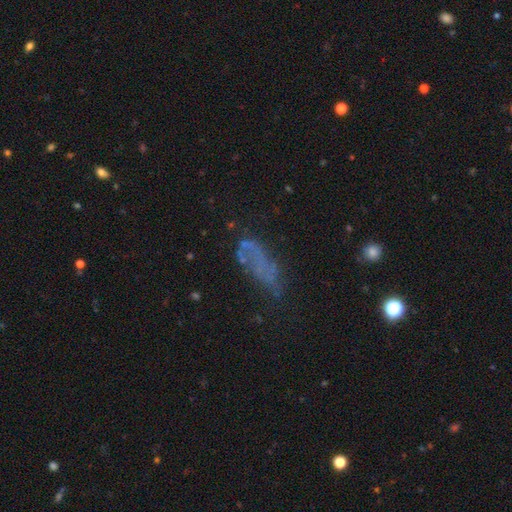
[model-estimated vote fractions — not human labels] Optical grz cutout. It shows a featured or disk galaxy (43%). Merging: none (40%).